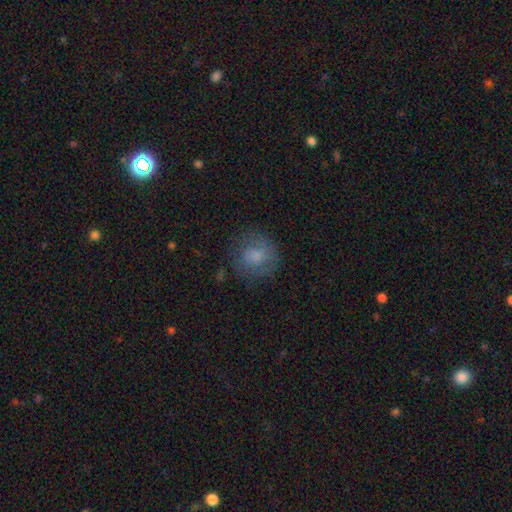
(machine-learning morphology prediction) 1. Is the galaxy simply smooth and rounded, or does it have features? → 63% smooth, 26% featured or disk, 10% star or artifact.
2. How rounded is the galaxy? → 84% round, 15% in between, 1% cigar-shaped.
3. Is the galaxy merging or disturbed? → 72% none, 17% minor disturbance, 10% major disturbance, 1% merger.